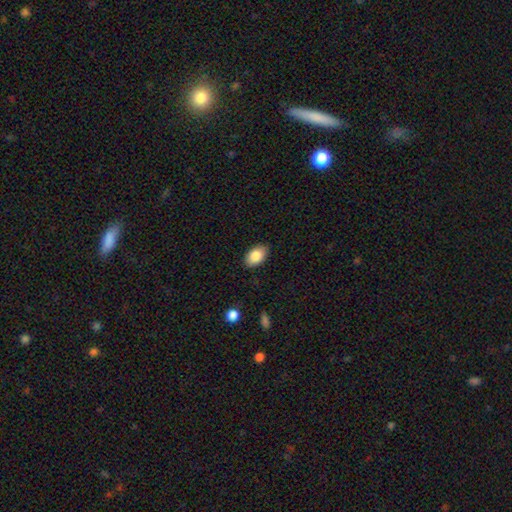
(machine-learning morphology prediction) Smooth or featured? Predicted: smooth (p=0.86). How rounded? Predicted: in between (p=0.91). Merging? Predicted: none (p=0.85).